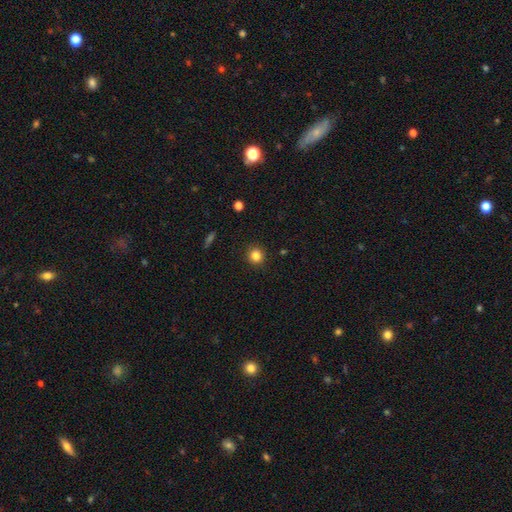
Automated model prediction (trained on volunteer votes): smooth 83%, star or artifact 12%, featured or disk 5%. Down the decision tree: how rounded — round (92%); merging — none (92%).